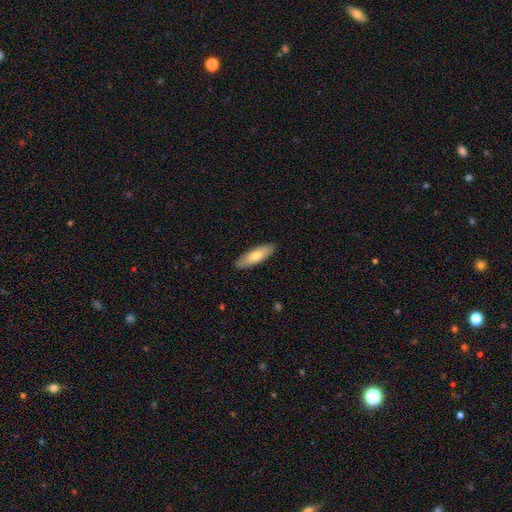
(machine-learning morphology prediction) Smooth or featured?
  - smooth: 74% *
  - featured or disk: 21%
  - star or artifact: 5%
How rounded?
  - cigar-shaped: 50% *
  - in between: 48%
  - round: 2%
Merging?
  - none: 89% *
  - minor disturbance: 8%
  - major disturbance: 2%
  - merger: 1%